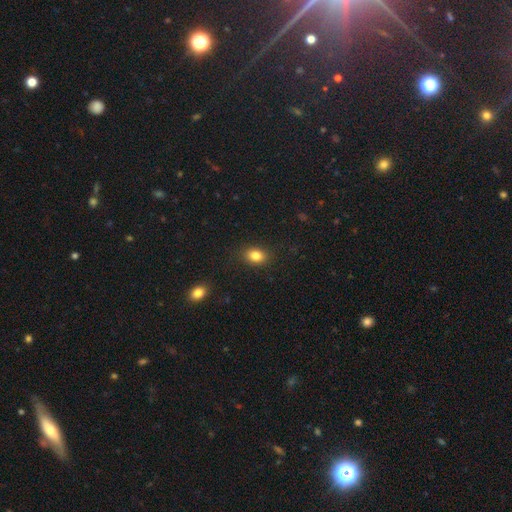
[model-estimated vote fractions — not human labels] Smooth or featured: smooth — 84% (star or artifact — 10%)
How rounded: in between — 73% (round — 25%)
Merging: none — 87% (minor disturbance — 9%)